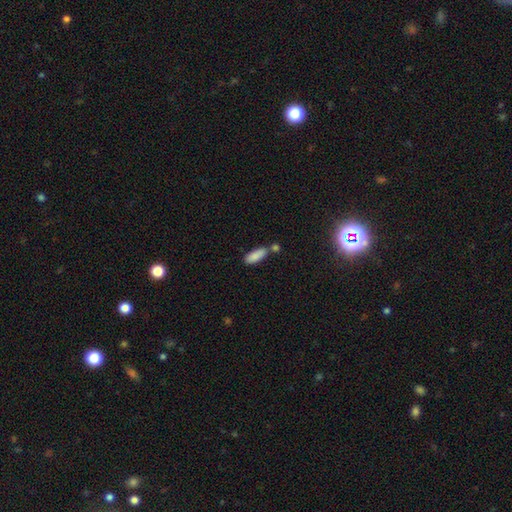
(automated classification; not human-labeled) The model was most divided on "merging": none: 55%, merger: 26%, minor disturbance: 15%, major disturbance: 4%. More confident: smooth or featured — smooth (86%); how rounded — in between (70%).